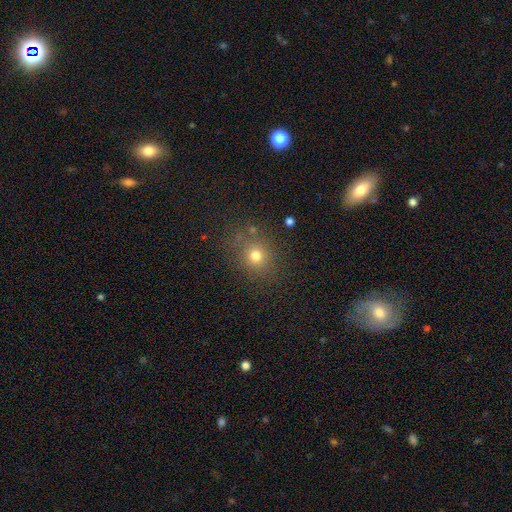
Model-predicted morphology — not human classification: Q: Smooth or featured?
A: smooth (74%); runner-up: star or artifact (17%)
Q: How rounded?
A: round (82%); runner-up: in between (17%)
Q: Merging?
A: none (81%); runner-up: minor disturbance (11%)